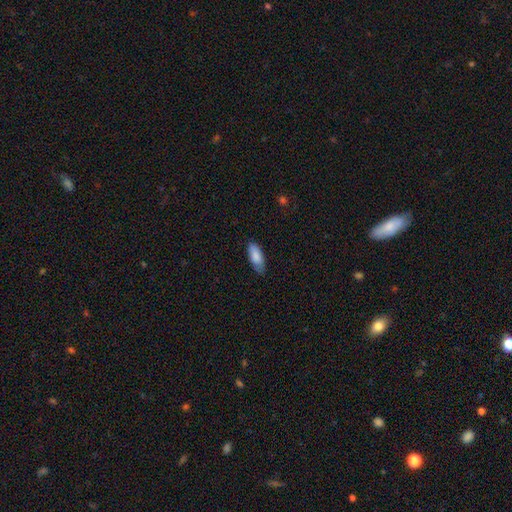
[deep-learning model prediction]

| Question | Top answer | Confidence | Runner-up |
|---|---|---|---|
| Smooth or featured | smooth | 84% | featured or disk (10%) |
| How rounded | in between | 78% | cigar-shaped (20%) |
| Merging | none | 73% | minor disturbance (22%) |